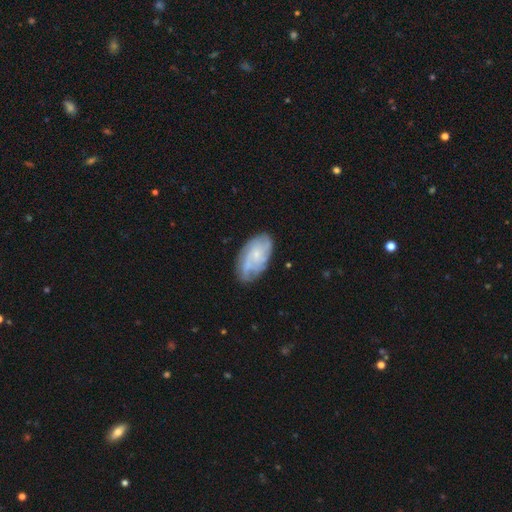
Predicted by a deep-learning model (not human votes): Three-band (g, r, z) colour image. It shows a featured or disk galaxy (65%) with no bar (75%), tight (51%) spiral arms (87%) and a small central bulge (71%). Merging: none (71%).